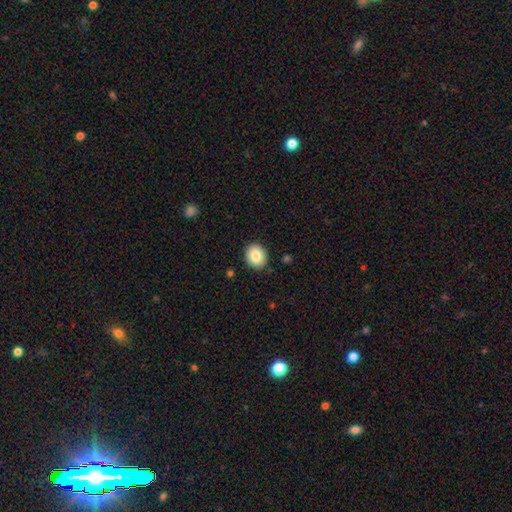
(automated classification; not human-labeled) This appears to be a smooth galaxy with no disk features (85%) that is round (66%). Merging: none (89%).